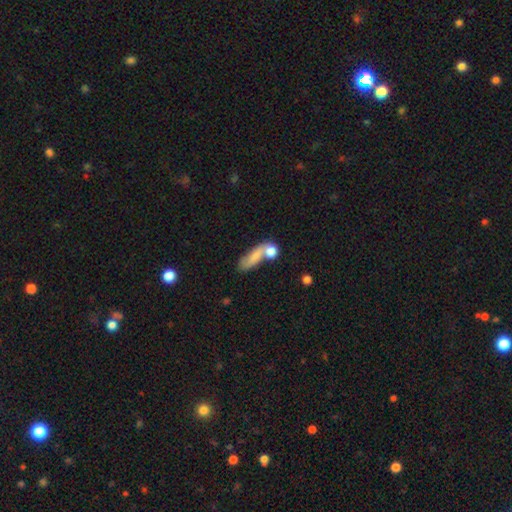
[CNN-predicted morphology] Smooth or featured: smooth — 70% (featured or disk — 20%)
How rounded: in between — 52% (cigar-shaped — 34%)
Merging: merger — 39% (none — 32%)